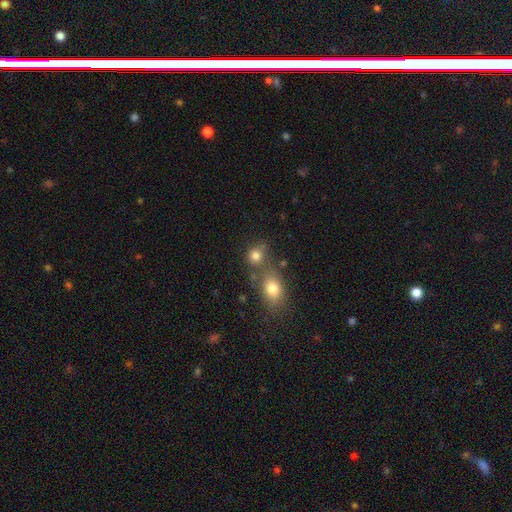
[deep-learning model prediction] smooth-or-featured: smooth: 80% | star or artifact: 12% | featured or disk: 7%
  how-rounded: round: 76% | in between: 23% | cigar-shaped: 1%
  merging: none: 54% | merger: 32% | minor disturbance: 10% | major disturbance: 5%